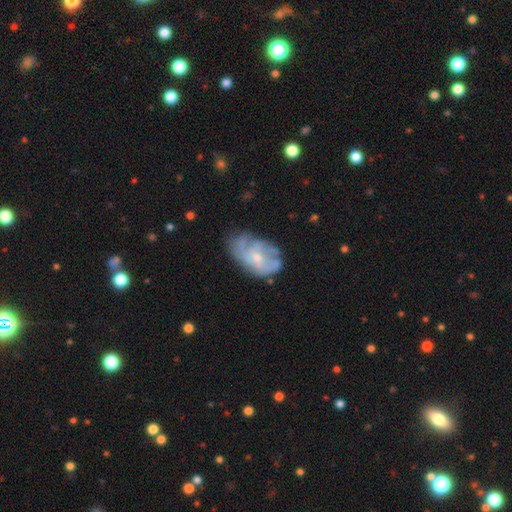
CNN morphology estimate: smooth_or_featured: featured or disk (p=0.64) [alt: smooth p=0.28]
disk_edge_on: no (p=0.96) [alt: yes p=0.04]
bar: no (p=0.78) [alt: weak p=0.20]
has_spiral_arms: yes (p=0.61) [alt: no p=0.39]
bulge_size: small (p=0.60) [alt: moderate p=0.33]
merging: none (p=0.54) [alt: minor disturbance p=0.28]